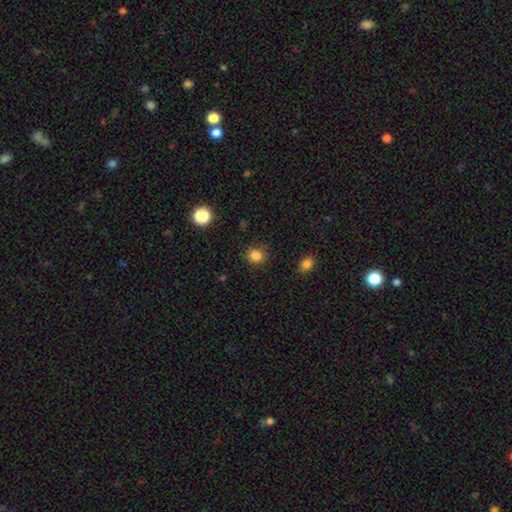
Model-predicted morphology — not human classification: type=smooth (84%); roundness=round (81%); merging=none (88%).